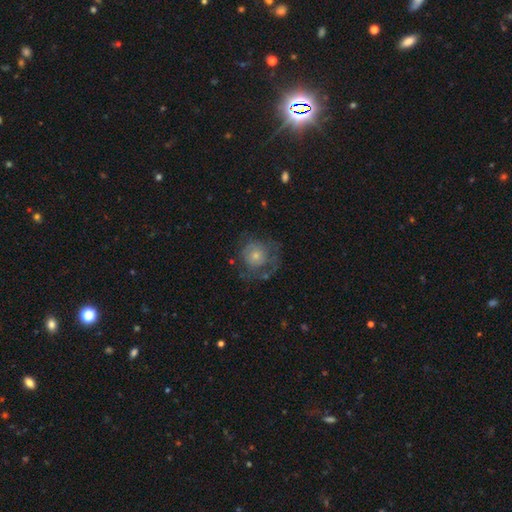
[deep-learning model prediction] Smooth or featured: featured or disk — 49% (smooth — 39%)
Merging: none — 61% (major disturbance — 19%)